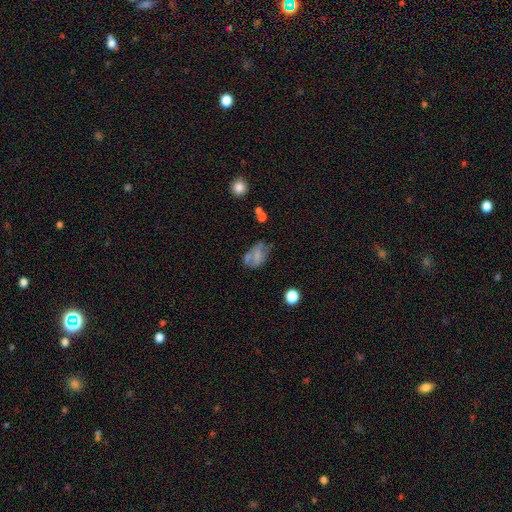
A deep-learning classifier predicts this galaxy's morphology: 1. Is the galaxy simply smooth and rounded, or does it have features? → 50% smooth, 38% featured or disk, 12% star or artifact.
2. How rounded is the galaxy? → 84% in between, 13% round, 2% cigar-shaped.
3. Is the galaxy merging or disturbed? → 38% none, 27% minor disturbance, 22% major disturbance, 12% merger.